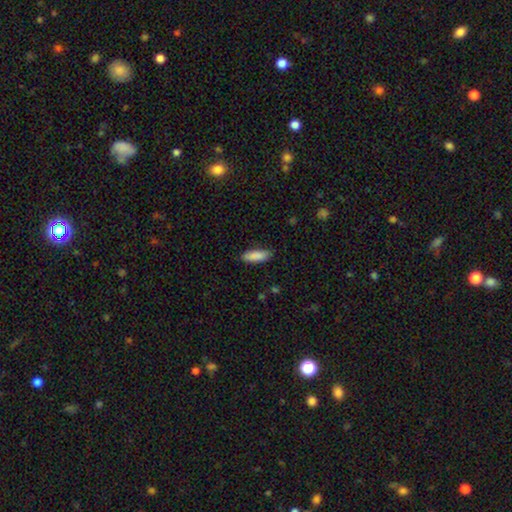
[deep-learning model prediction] This appears to be a smooth galaxy with no disk features (88%) that is in between round and cigar-shaped (63%). Merging: none (83%).